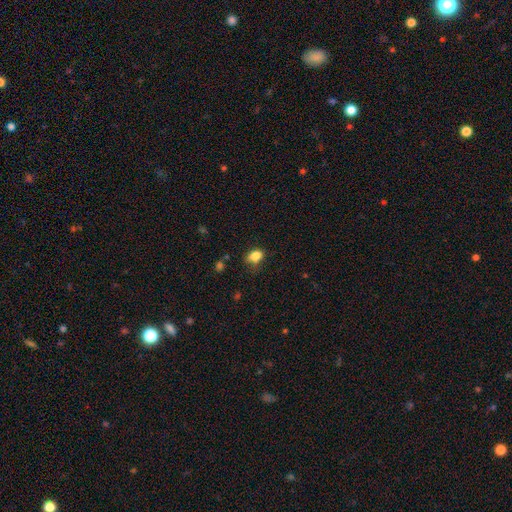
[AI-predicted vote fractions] Smooth or featured?
  - smooth: 83% *
  - star or artifact: 10%
  - featured or disk: 6%
How rounded?
  - in between: 72% *
  - round: 26%
  - cigar-shaped: 2%
Merging?
  - none: 59% *
  - minor disturbance: 30%
  - major disturbance: 8%
  - merger: 3%